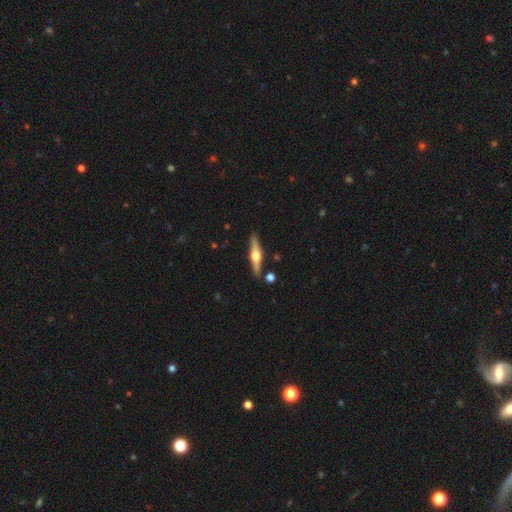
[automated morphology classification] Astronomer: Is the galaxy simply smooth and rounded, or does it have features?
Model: featured or disk — 71%.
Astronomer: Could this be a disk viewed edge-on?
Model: yes — 97%.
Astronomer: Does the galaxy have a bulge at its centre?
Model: rounded — 95%.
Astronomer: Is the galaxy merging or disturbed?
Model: none — 88%.